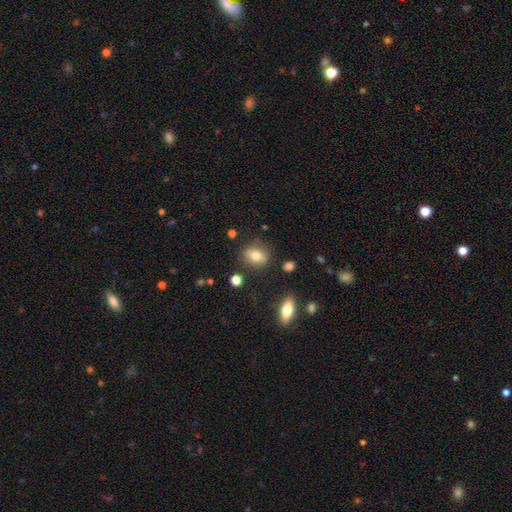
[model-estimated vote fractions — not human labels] Smooth or featured? Predicted: smooth (p=0.73). How rounded? Predicted: in between (p=0.60). Merging? Predicted: none (p=0.77).